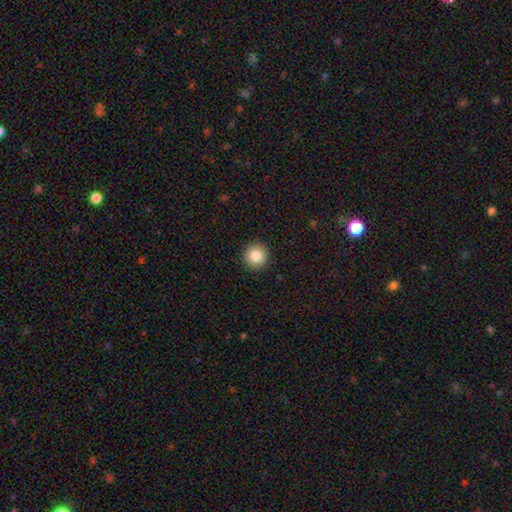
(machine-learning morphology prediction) type=smooth (85%); roundness=round (95%); merging=none (92%).